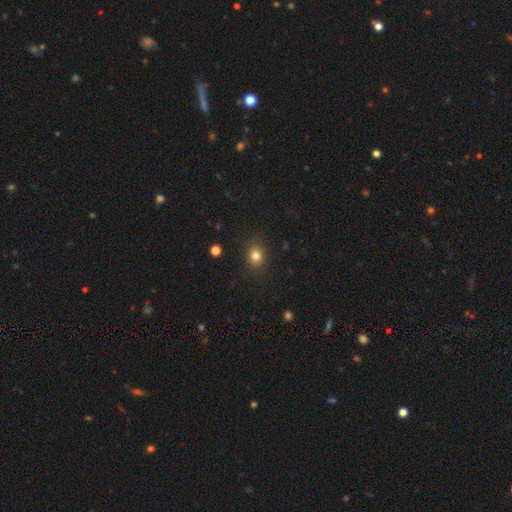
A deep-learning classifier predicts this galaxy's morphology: Smooth or featured: smooth — 80% (star or artifact — 13%)
How rounded: round — 62% (in between — 37%)
Merging: none — 86% (minor disturbance — 10%)